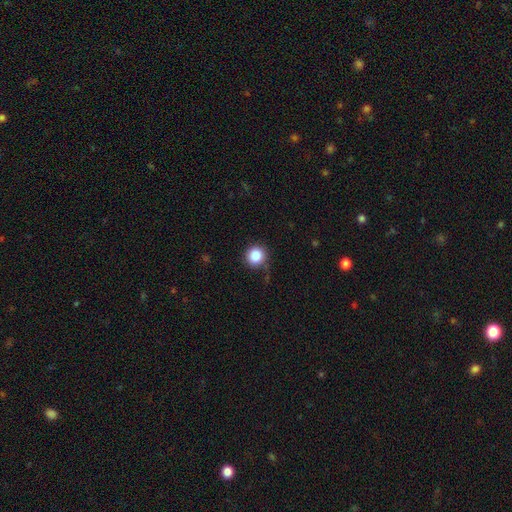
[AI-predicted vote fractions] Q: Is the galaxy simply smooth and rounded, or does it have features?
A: smooth — 87%.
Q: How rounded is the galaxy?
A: round — 93%.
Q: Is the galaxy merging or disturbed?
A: none — 80%.